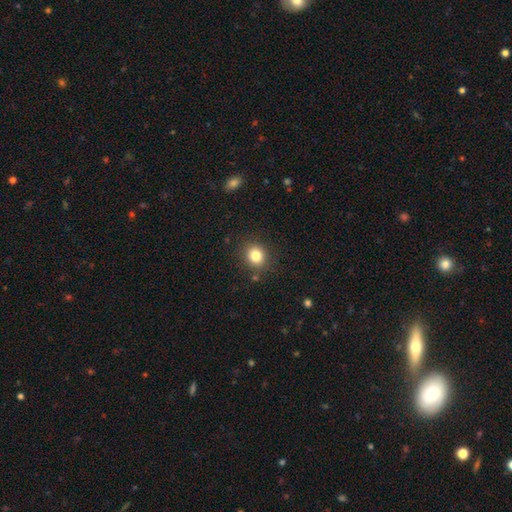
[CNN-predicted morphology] Smooth or featured?
  - smooth: 82% *
  - star or artifact: 11%
  - featured or disk: 6%
How rounded?
  - round: 78% *
  - in between: 21%
  - cigar-shaped: 1%
Merging?
  - none: 86% *
  - minor disturbance: 9%
  - major disturbance: 3%
  - merger: 2%